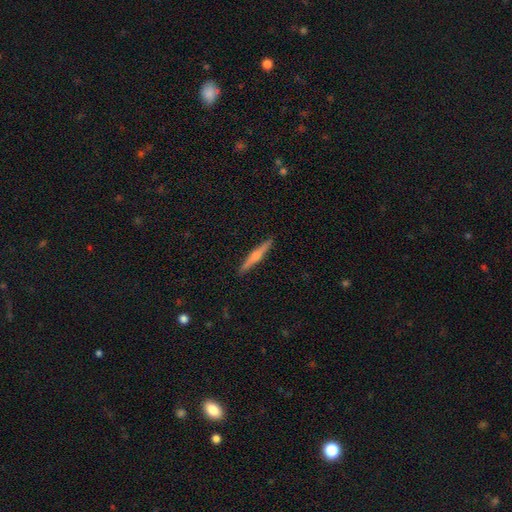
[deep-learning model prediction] Morphology: type=featured or disk (60%); edge-on=yes (97%); edge-on bulge=rounded (82%); merging=none (92%).